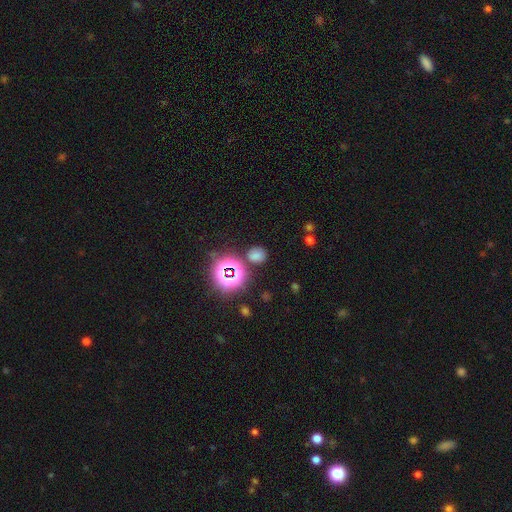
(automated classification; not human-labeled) Morphology: type=smooth (61%); roundness=round (62%); merging=none (77%).